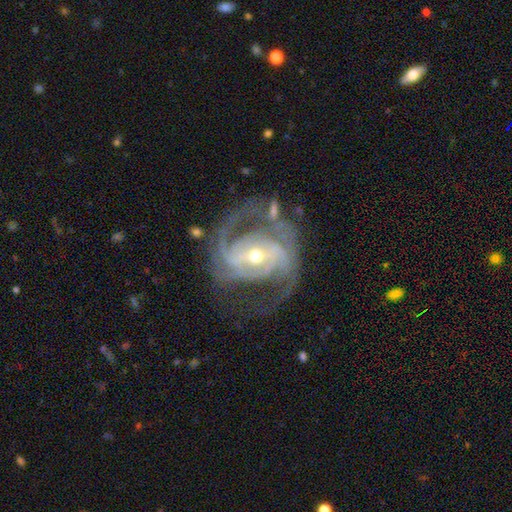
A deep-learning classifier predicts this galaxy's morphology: Smooth or featured?
  - featured or disk: 91% *
  - star or artifact: 5%
  - smooth: 4%
Edge-on disk?
  - no: 97% *
  - yes: 3%
Bar?
  - strong: 38% * (tied)
  - weak: 38% * (tied)
  - no: 24%
Spiral arms?
  - yes: 97% *
  - no: 3%
Spiral winding?
  - medium: 51% *
  - tight: 34%
  - loose: 15%
Spiral arm count?
  - 2: 57% *
  - 3: 22%
  - can't tell: 9%
  - 4: 5%
  - 1: 4%
  - more than 4: 3%
Bulge size?
  - moderate: 49% *
  - small: 47%
  - large: 2%
  - none: 1%
  - dominant: 1%
Merging?
  - none: 62% *
  - minor disturbance: 18%
  - major disturbance: 17%
  - merger: 3%